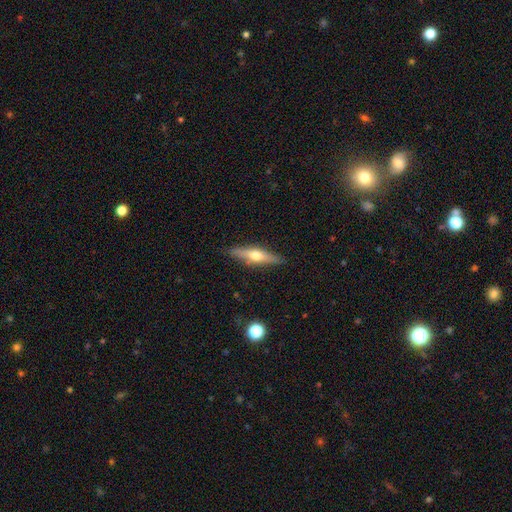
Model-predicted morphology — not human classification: Smooth or featured: featured or disk — 57% (smooth — 36%)
Edge-on disk: yes — 94% (no — 6%)
Edge-on bulge: rounded — 92% (none — 4%)
Merging: none — 87% (minor disturbance — 10%)